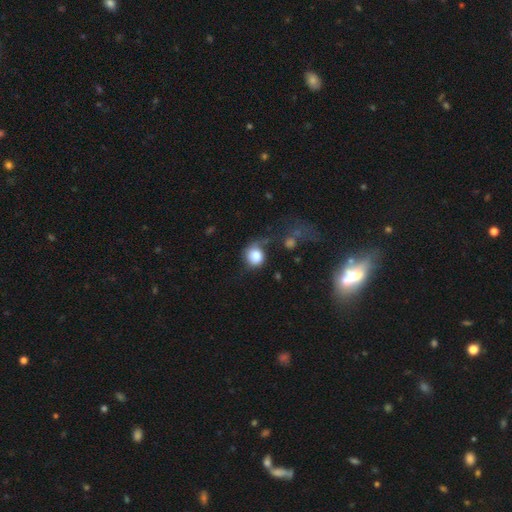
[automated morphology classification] Q: Smooth or featured?
A: smooth (77%); runner-up: featured or disk (14%)
Q: How rounded?
A: round (78%); runner-up: in between (21%)
Q: Merging?
A: none (33%); runner-up: major disturbance (32%)